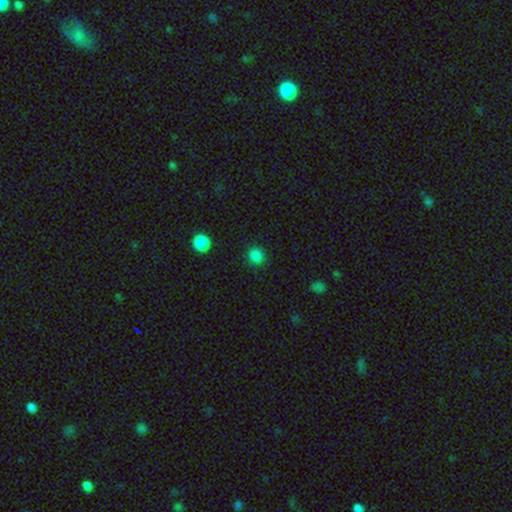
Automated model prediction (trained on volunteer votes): smooth-or-featured: smooth: 85% | star or artifact: 12% | featured or disk: 3%
  how-rounded: round: 89% | in between: 10% | cigar-shaped: 1%
  merging: none: 91% | minor disturbance: 6% | major disturbance: 2% | merger: 1%